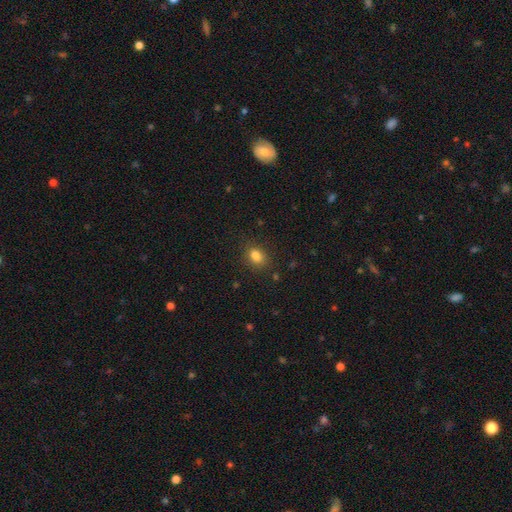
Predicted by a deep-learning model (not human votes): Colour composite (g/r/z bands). It shows a smooth galaxy with no disk features (82%) that is in between round and cigar-shaped (69%). Merging: none (79%).